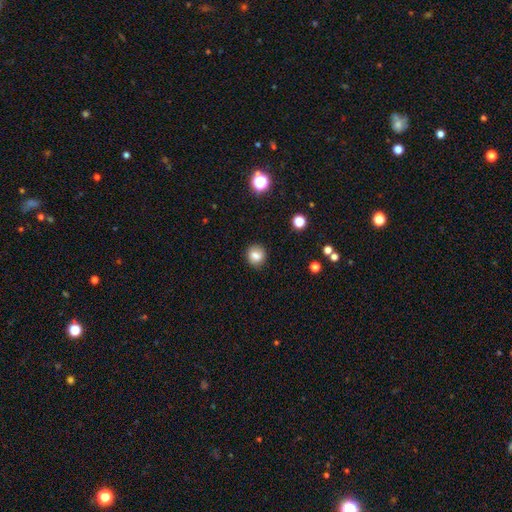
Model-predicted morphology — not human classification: A smooth galaxy with no disk features (81%) that is round (81%). Merging: none (85%).